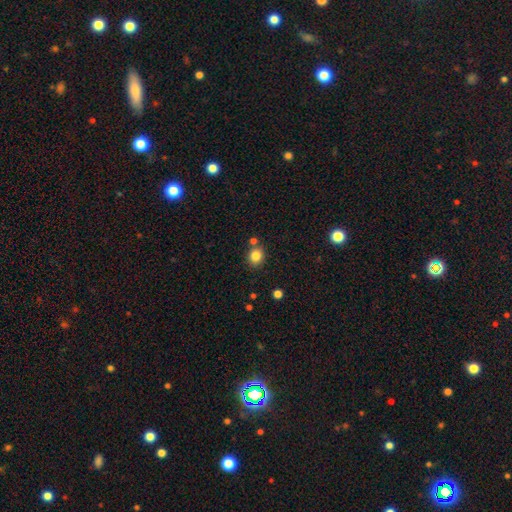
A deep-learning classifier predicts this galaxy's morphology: Smooth or featured? Predicted: smooth (p=0.83). How rounded? Predicted: round (p=0.76). Merging? Predicted: none (p=0.76).